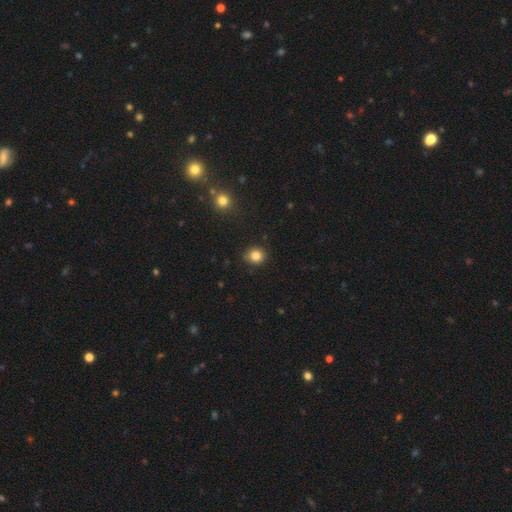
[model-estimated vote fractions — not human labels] The model was most divided on "how rounded": round: 82%, in between: 17%, cigar-shaped: 1%. More confident: merging — none (89%); smooth or featured — smooth (83%).